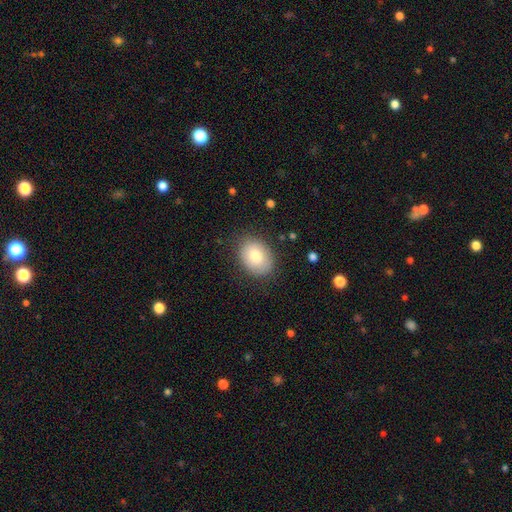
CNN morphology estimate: Smooth or featured?
  - smooth: 78% *
  - featured or disk: 14%
  - star or artifact: 8%
How rounded?
  - in between: 61% *
  - round: 38%
  - cigar-shaped: 1%
Merging?
  - none: 83% *
  - minor disturbance: 13%
  - major disturbance: 3%
  - merger: 1%